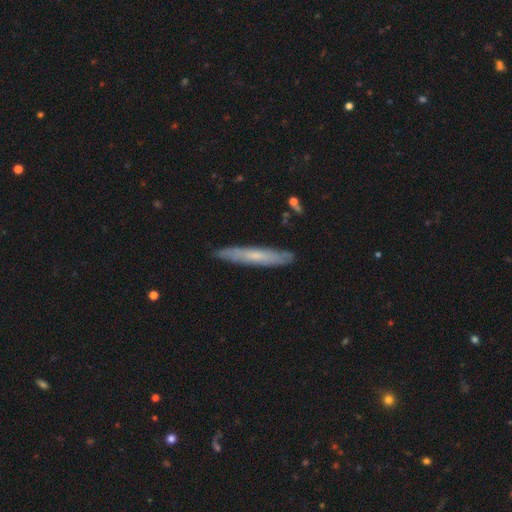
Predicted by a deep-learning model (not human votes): This appears to be a smooth galaxy with no disk features (47%, tied with featured or disk). Merging: none (87%).